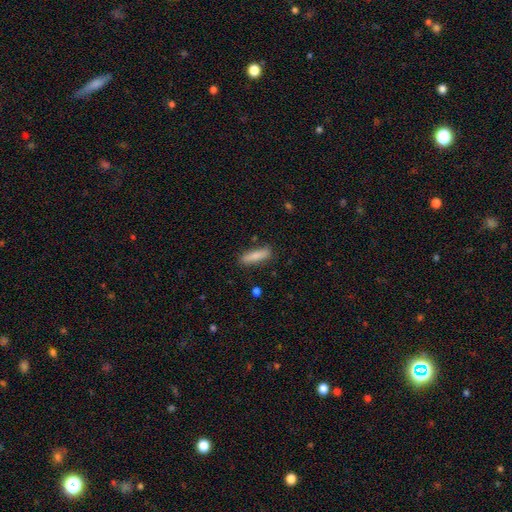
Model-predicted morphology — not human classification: Smooth or featured?
  - smooth: 83% *
  - featured or disk: 10%
  - star or artifact: 6%
How rounded?
  - cigar-shaped: 67% *
  - in between: 31%
  - round: 2%
Merging?
  - none: 83% *
  - minor disturbance: 12%
  - major disturbance: 3%
  - merger: 2%